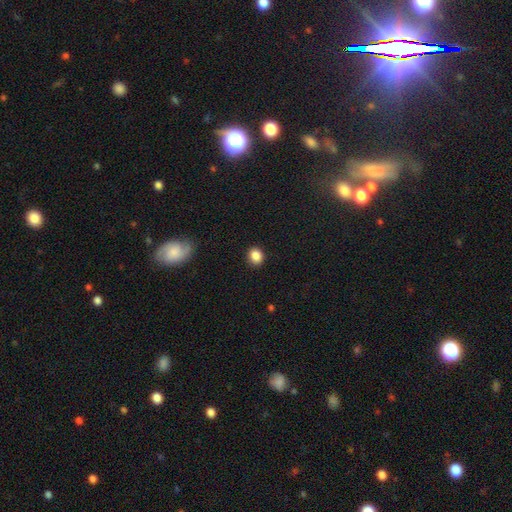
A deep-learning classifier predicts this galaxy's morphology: The model was most divided on "how rounded": round: 72%, in between: 27%, cigar-shaped: 1%. More confident: merging — none (91%); smooth or featured — smooth (87%).